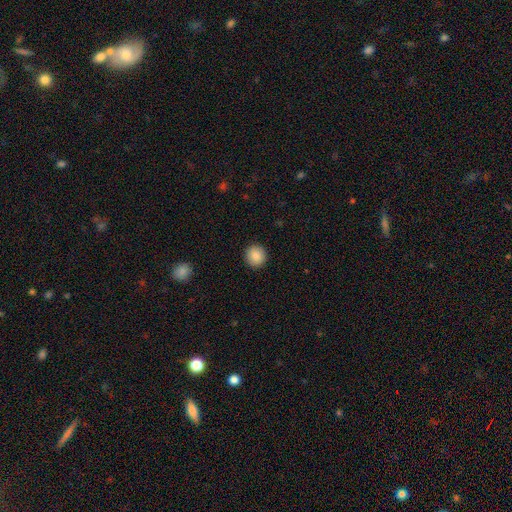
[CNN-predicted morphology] Smooth or featured? smooth (87%)
How rounded? round (93%)
Merging? none (93%)